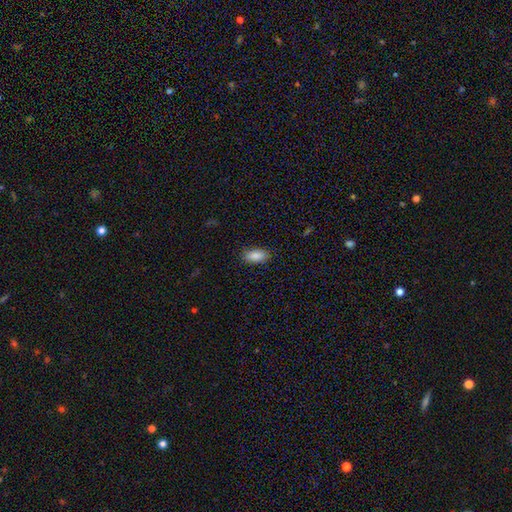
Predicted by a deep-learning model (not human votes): A smooth galaxy with no disk features (87%) that is in between round and cigar-shaped (91%).

Vote fractions:
- Smooth or featured? smooth: 87% / star or artifact: 7% / featured or disk: 6%
- How rounded? in between: 91% / cigar-shaped: 6% / round: 3%
- Merging? none: 88% / minor disturbance: 9% / major disturbance: 2% / merger: 1%